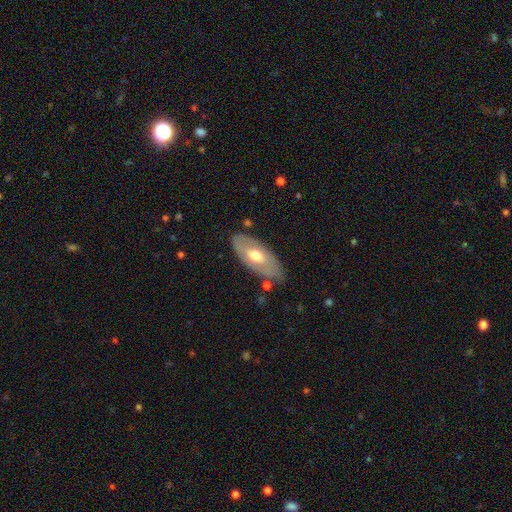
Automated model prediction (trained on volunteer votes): Morphology: type=smooth (49%); merging=none (76%).